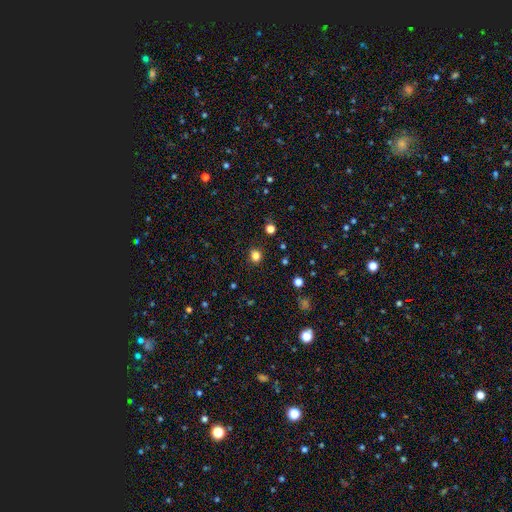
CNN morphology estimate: Smooth or featured: smooth — 82% (star or artifact — 13%)
How rounded: round — 79% (in between — 20%)
Merging: none — 90% (minor disturbance — 7%)